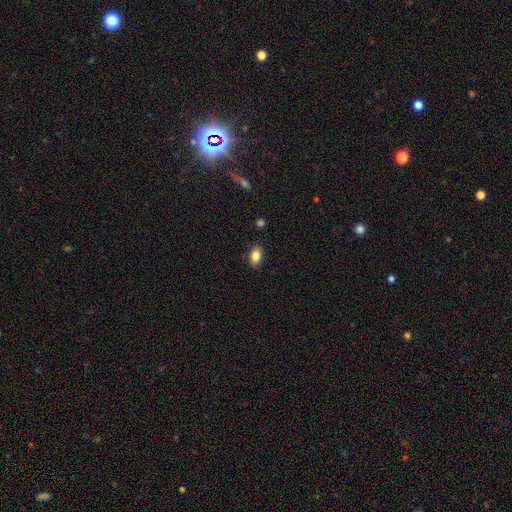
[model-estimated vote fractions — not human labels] Morphology: type=smooth (86%); roundness=in between (90%); merging=none (87%).